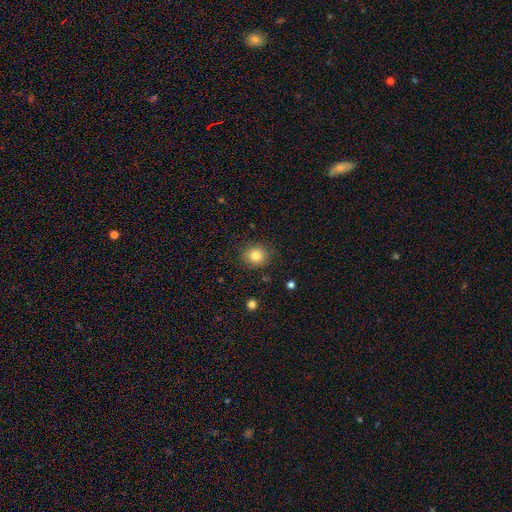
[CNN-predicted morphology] Smooth or featured: smooth — 81% (star or artifact — 11%)
How rounded: round — 84% (in between — 15%)
Merging: none — 87% (minor disturbance — 9%)